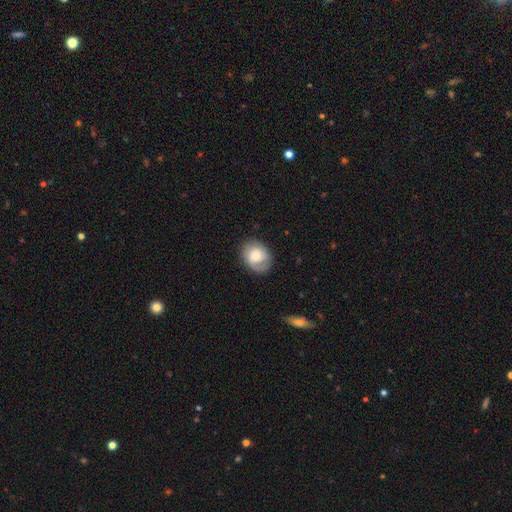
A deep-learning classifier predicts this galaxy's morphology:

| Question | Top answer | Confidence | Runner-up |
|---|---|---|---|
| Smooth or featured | smooth | 50% | featured or disk (42%) |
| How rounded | round | 50% | in between (49%) |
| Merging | none | 73% | minor disturbance (19%) |